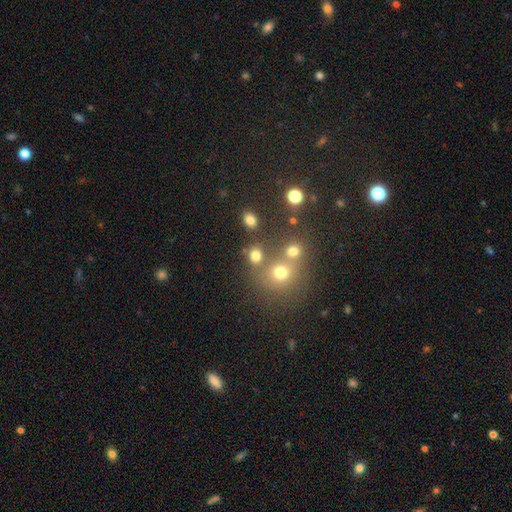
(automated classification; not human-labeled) smooth 74%, star or artifact 17%, featured or disk 8%. Down the decision tree: how rounded — round (69%); merging — none (63%).